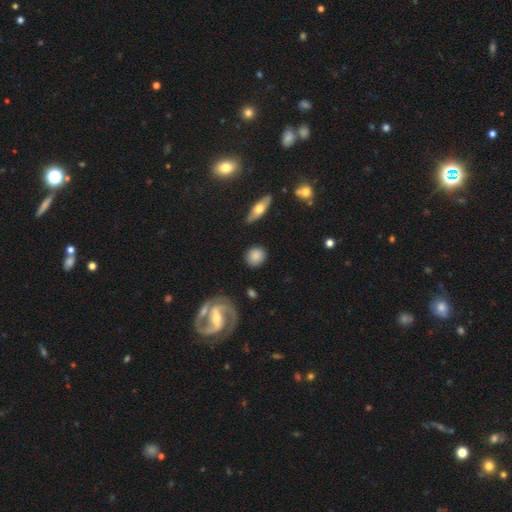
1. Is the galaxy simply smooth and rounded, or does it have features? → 78% smooth, 22% featured or disk, 0% star or artifact.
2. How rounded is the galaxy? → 86% round, 14% in between, 0% cigar-shaped.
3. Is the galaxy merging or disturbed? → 83% none, 11% major disturbance, 3% minor disturbance, 3% merger.